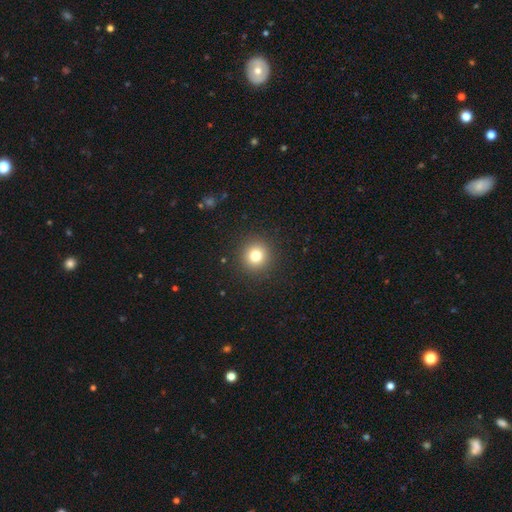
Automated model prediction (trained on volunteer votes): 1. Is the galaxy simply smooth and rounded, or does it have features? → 79% smooth, 13% star or artifact, 8% featured or disk.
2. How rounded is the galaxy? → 94% round, 5% in between, 1% cigar-shaped.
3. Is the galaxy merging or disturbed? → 92% none, 5% minor disturbance, 2% major disturbance, 1% merger.